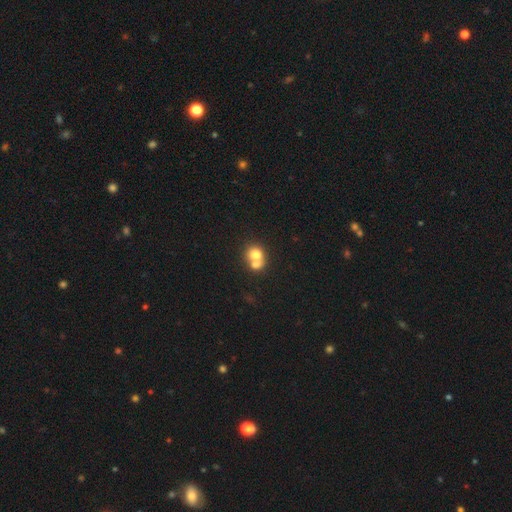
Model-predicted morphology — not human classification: type=smooth (71%); roundness=round (69%); merging=merger (65%).